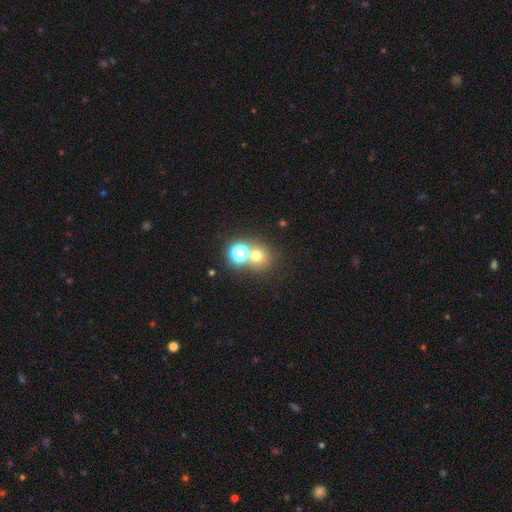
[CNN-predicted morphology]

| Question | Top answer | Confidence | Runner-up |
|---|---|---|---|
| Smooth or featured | smooth | 62% | star or artifact (27%) |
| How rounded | round | 83% | in between (16%) |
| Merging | none | 58% | merger (30%) |